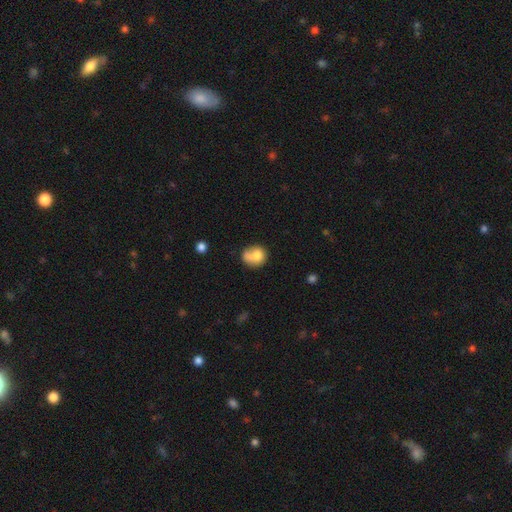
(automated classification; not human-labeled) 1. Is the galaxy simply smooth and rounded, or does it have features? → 73% smooth, 18% featured or disk, 9% star or artifact.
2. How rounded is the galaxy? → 67% round, 32% in between, 1% cigar-shaped.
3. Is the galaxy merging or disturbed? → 37% none, 31% merger, 20% minor disturbance, 12% major disturbance.